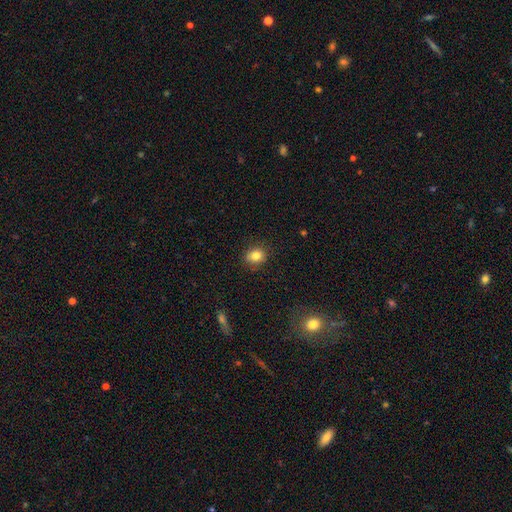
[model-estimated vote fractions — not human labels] A smooth galaxy with no disk features (82%) that is round (61%). Merging: none (83%).